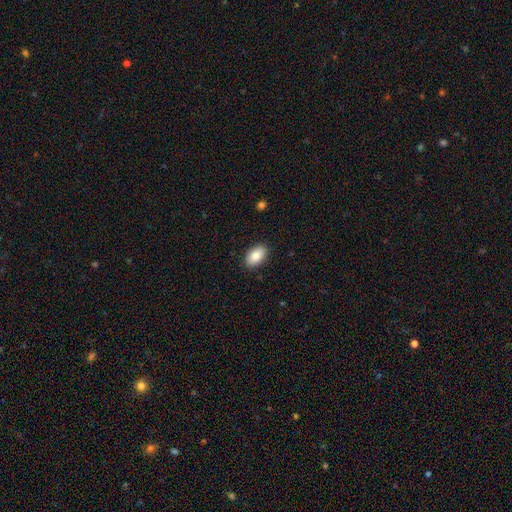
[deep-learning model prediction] Smooth or featured? smooth (84%)
How rounded? in between (93%)
Merging? none (89%)